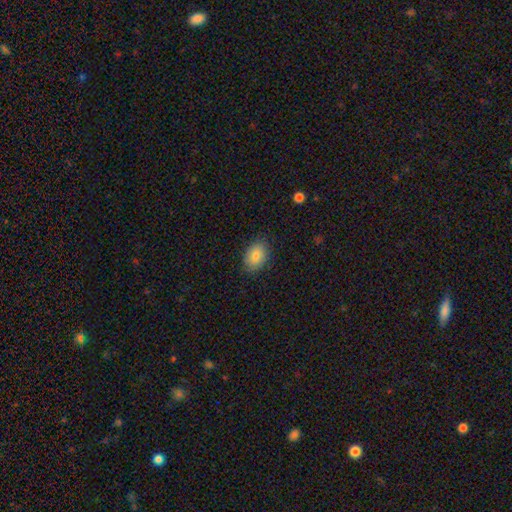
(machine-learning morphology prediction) A smooth galaxy with no disk features (83%) that is in between round and cigar-shaped (85%).

Vote fractions:
- Smooth or featured? smooth: 83% / featured or disk: 9% / star or artifact: 8%
- How rounded? in between: 85% / round: 14% / cigar-shaped: 1%
- Merging? none: 86% / minor disturbance: 11% / major disturbance: 2% / merger: 1%